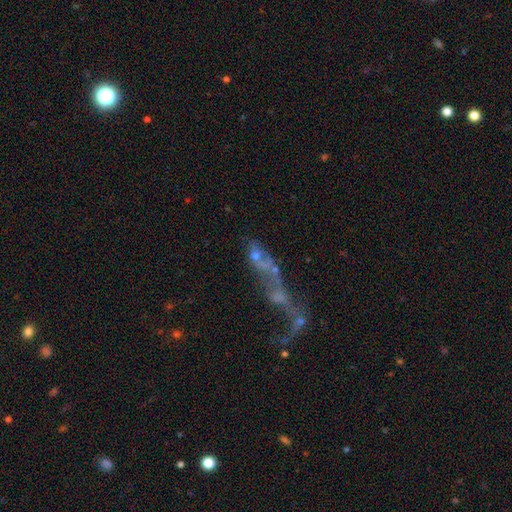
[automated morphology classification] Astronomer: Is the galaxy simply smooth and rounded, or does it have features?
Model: featured or disk — 49% (runner-up: star or artifact, 27%).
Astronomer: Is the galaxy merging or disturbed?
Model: merger — 38% (runner-up: major disturbance, 30%).